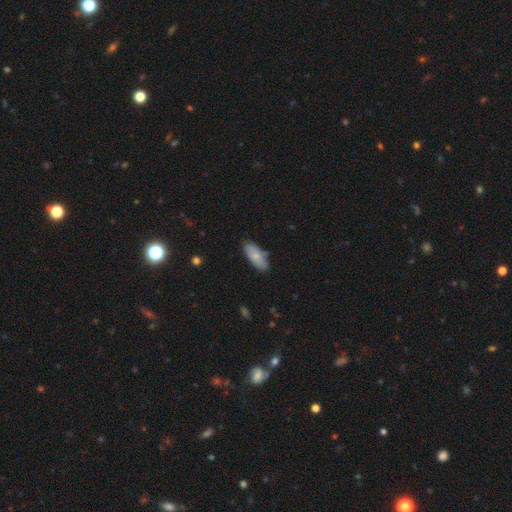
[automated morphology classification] Q: Smooth or featured?
A: smooth (79%); runner-up: featured or disk (15%)
Q: How rounded?
A: in between (78%); runner-up: cigar-shaped (20%)
Q: Merging?
A: none (77%); runner-up: minor disturbance (17%)